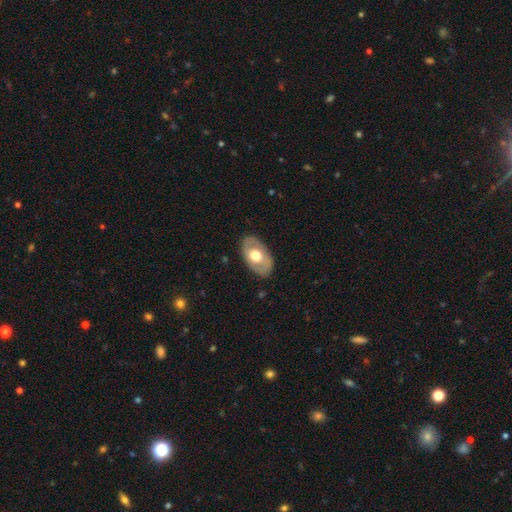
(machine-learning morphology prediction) Smooth or featured?
  - smooth: 50% *
  - featured or disk: 45%
  - star or artifact: 5%
How rounded?
  - in between: 89% *
  - round: 10%
  - cigar-shaped: 1%
Merging?
  - none: 84% *
  - minor disturbance: 12%
  - major disturbance: 3%
  - merger: 1%